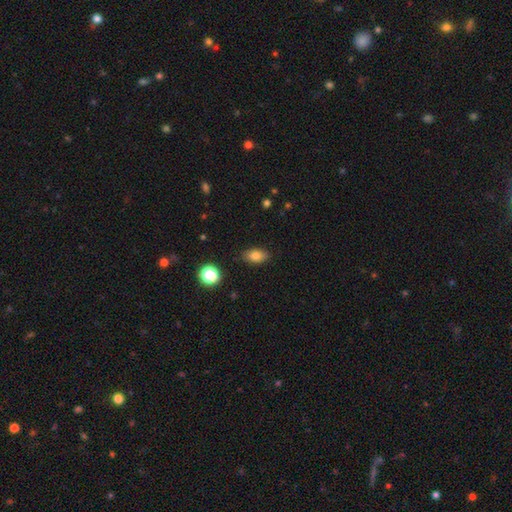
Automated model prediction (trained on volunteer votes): Smooth or featured: smooth — 81% (star or artifact — 10%)
How rounded: in between — 87% (round — 11%)
Merging: none — 86% (minor disturbance — 10%)